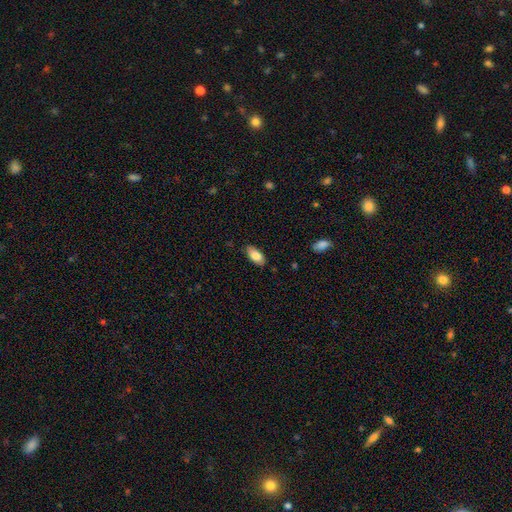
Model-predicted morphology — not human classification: This appears to be a smooth galaxy with no disk features (84%) that is in between round and cigar-shaped (90%). Merging: none (84%).